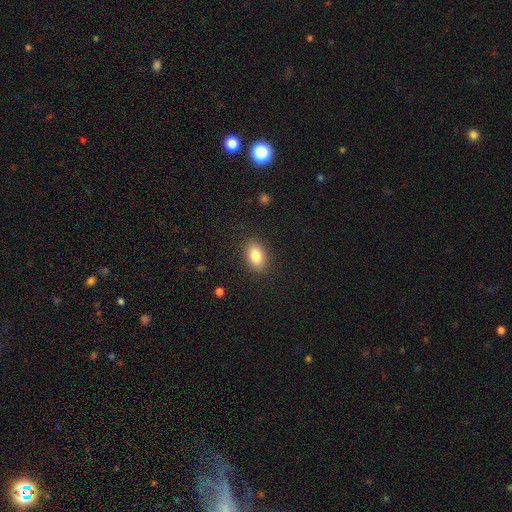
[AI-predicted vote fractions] smooth 84%, featured or disk 8%, star or artifact 8%. Down the decision tree: how rounded — in between (88%); merging — none (88%).